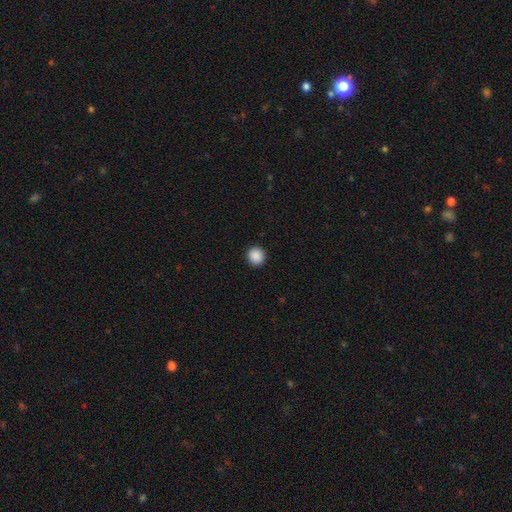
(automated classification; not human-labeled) smooth 89%, star or artifact 9%, featured or disk 2%. Down the decision tree: how rounded — round (92%); merging — none (93%).